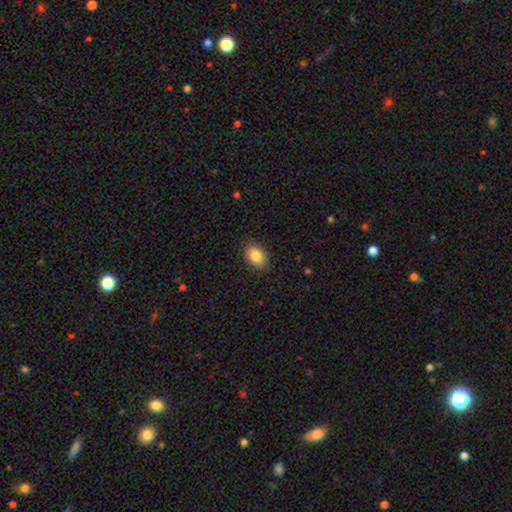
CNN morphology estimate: Smooth or featured: smooth — 86% (star or artifact — 8%)
How rounded: in between — 77% (round — 22%)
Merging: none — 87% (minor disturbance — 9%)